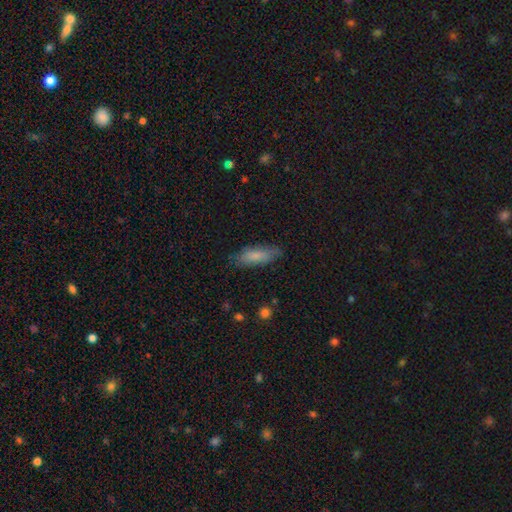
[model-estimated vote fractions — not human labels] Q: Smooth or featured?
A: smooth (80%); runner-up: featured or disk (14%)
Q: How rounded?
A: in between (55%); runner-up: cigar-shaped (44%)
Q: Merging?
A: none (78%); runner-up: minor disturbance (18%)